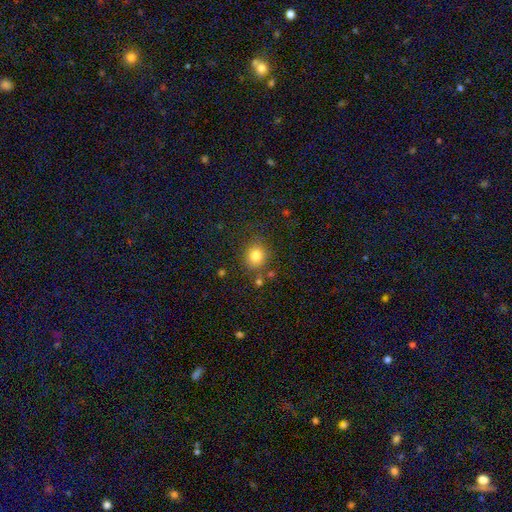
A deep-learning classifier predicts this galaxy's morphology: smooth_or_featured: smooth (p=0.82) [alt: star or artifact p=0.11]
how_rounded: round (p=0.70) [alt: in between p=0.29]
merging: none (p=0.77) [alt: minor disturbance p=0.13]